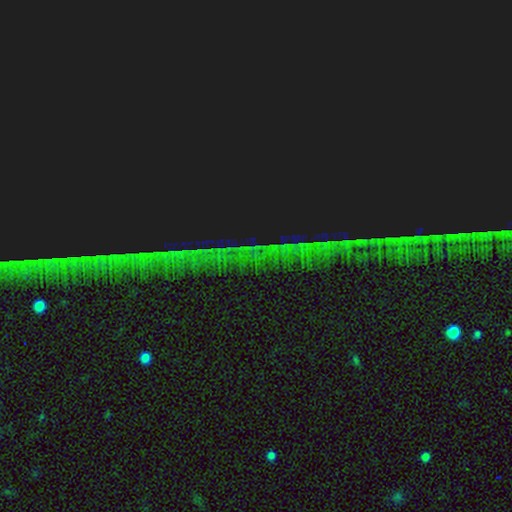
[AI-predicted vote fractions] A star or artifact, not a galaxy (87%).

Vote fractions:
- Smooth or featured? star or artifact: 87% / featured or disk: 7% / smooth: 6%